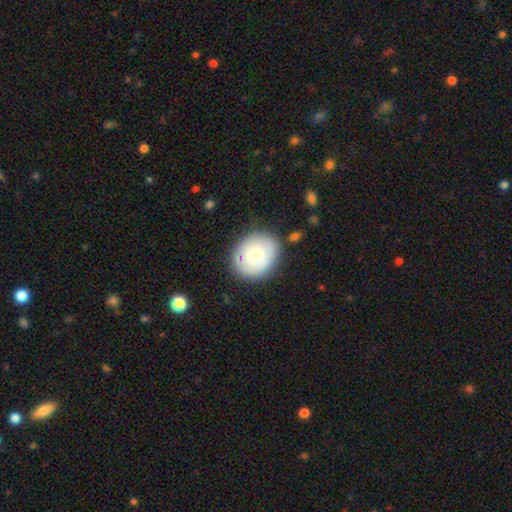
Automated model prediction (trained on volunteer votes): This is likely a smooth galaxy (66%). How rounded: likely round (62%). Merging: likely none (78%).